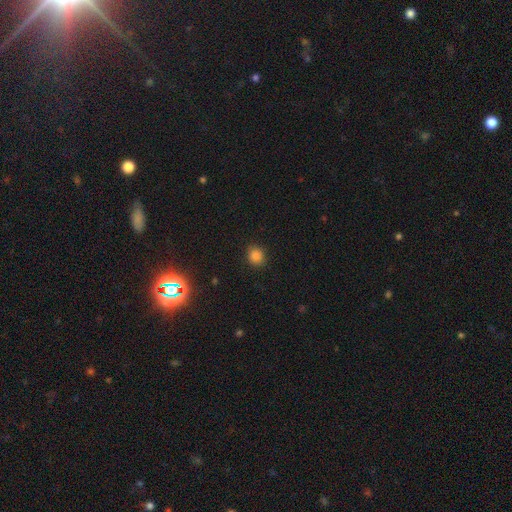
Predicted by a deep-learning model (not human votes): This appears to be a smooth galaxy with no disk features (84%) that is round (82%). Merging: none (89%).